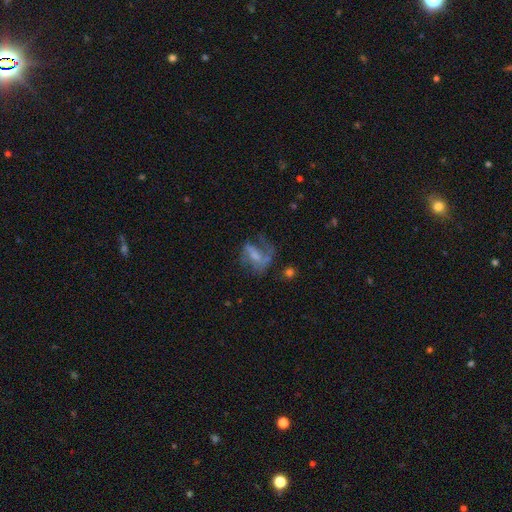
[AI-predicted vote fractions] Morphology: type=featured or disk (63%); edge-on=no (95%); bar=weak (42%); spiral arms=yes (71%); bulge=small (47%); merging=major disturbance (41%).